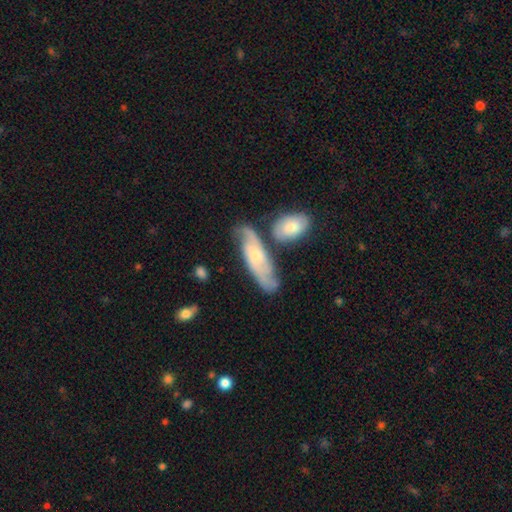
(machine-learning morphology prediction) A featured or disk galaxy (68%) with no bar (65%), spiral arms (89%) and a small central bulge (53%). Merging: none (54%).